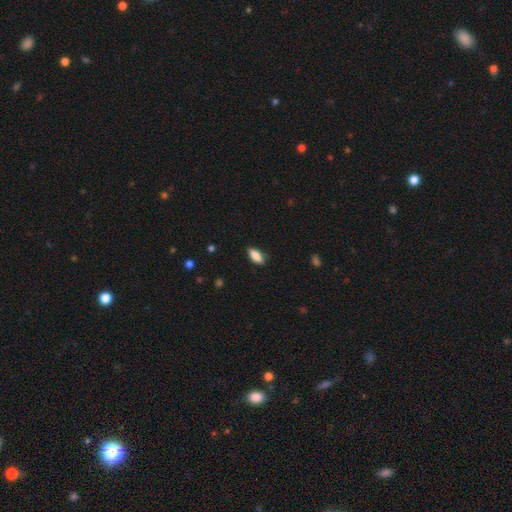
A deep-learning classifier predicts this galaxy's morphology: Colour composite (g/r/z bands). It shows a smooth galaxy with no disk features (84%) that is in between round and cigar-shaped (84%). Merging: none (78%).